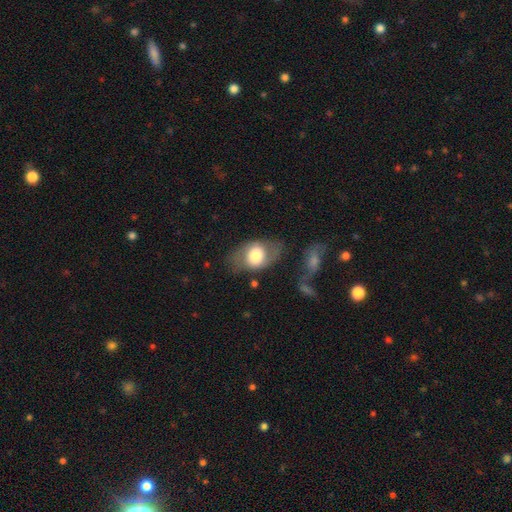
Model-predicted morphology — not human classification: Smooth or featured? Predicted: smooth (p=0.61). How rounded? Predicted: in between (p=0.76). Merging? Predicted: none (p=0.59).